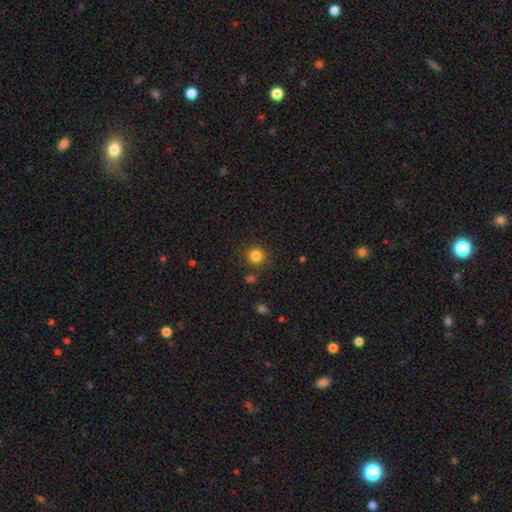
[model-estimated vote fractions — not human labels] This appears to be a smooth galaxy with no disk features (83%) that is round (93%). Merging: none (85%).